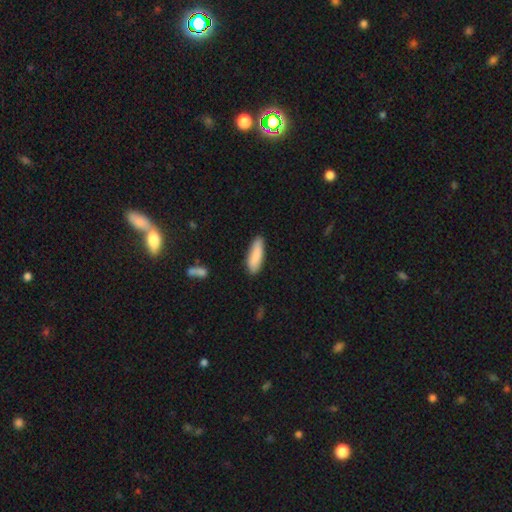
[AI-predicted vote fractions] smooth-or-featured: smooth: 86% | featured or disk: 8% | star or artifact: 6%
  how-rounded: cigar-shaped: 50% | in between: 49% | round: 2%
  merging: none: 83% | minor disturbance: 13% | major disturbance: 2% | merger: 2%